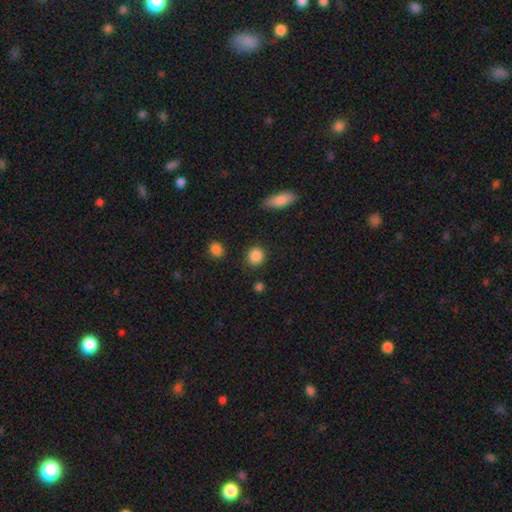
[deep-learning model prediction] Smooth or featured? Predicted: smooth (p=0.88). How rounded? Predicted: round (p=0.85). Merging? Predicted: none (p=0.85).